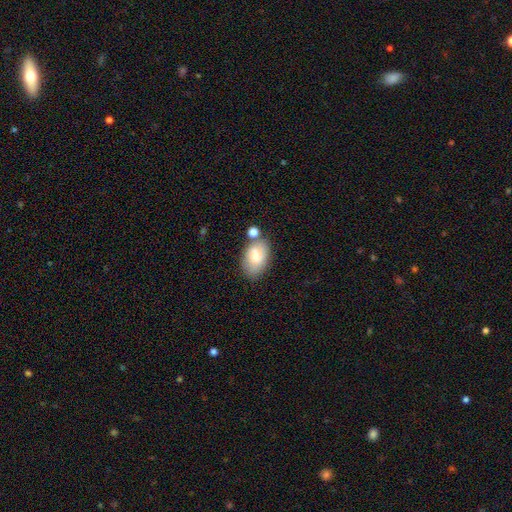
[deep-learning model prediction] Smooth or featured? smooth (72%)
How rounded? in between (92%)
Merging? none (62%)